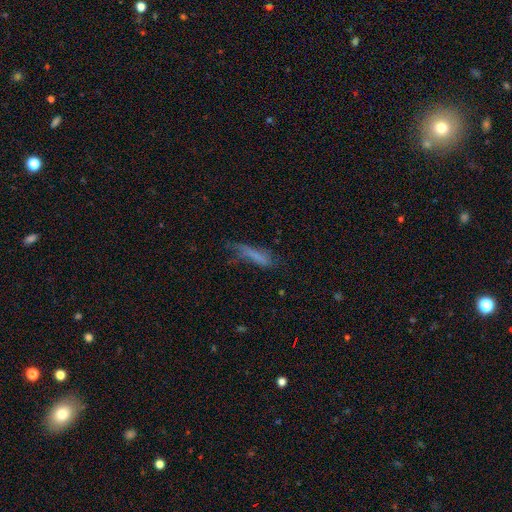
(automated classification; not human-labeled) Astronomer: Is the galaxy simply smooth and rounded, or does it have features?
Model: smooth — 65%.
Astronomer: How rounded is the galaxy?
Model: cigar-shaped — 77%.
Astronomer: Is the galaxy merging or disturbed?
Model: none — 45% (runner-up: minor disturbance, 31%).